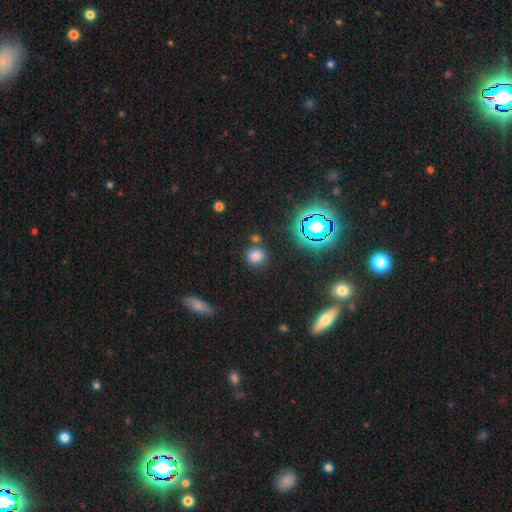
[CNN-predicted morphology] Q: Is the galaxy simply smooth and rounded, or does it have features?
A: smooth — 72%.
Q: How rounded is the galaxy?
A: round — 80%.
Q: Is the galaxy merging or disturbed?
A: none — 78%.